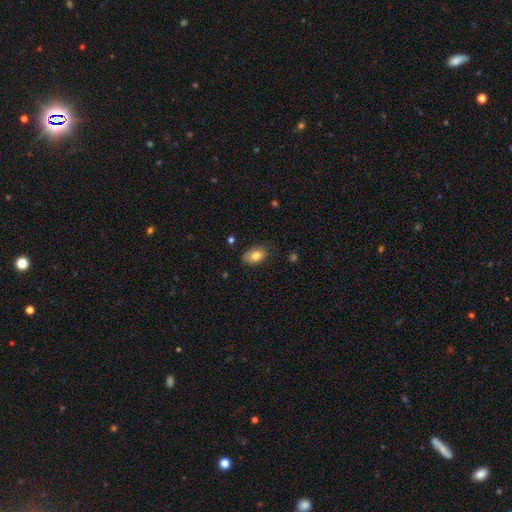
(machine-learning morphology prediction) smooth-or-featured: smooth: 78% | featured or disk: 14% | star or artifact: 8%
  how-rounded: in between: 85% | round: 13% | cigar-shaped: 1%
  merging: none: 69% | minor disturbance: 25% | major disturbance: 5% | merger: 2%